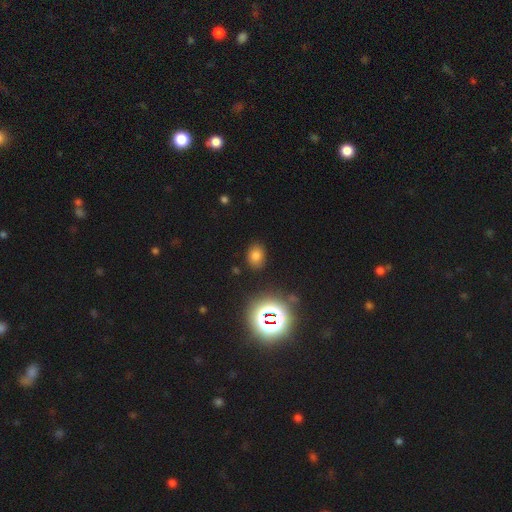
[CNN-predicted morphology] Smooth or featured? smooth (71%)
How rounded? in between (60%)
Merging? none (84%)